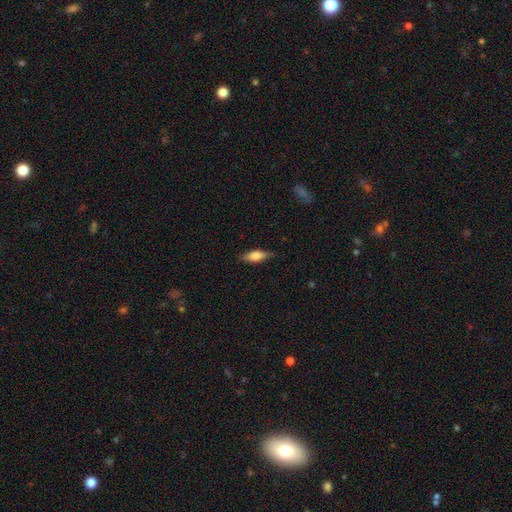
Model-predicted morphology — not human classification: Q: Smooth or featured?
A: smooth (64%); runner-up: featured or disk (29%)
Q: How rounded?
A: in between (59%); runner-up: cigar-shaped (38%)
Q: Merging?
A: none (80%); runner-up: minor disturbance (16%)